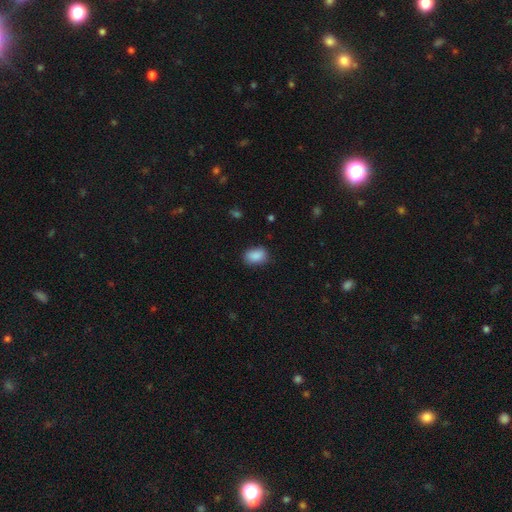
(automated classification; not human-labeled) This is clearly a smooth galaxy (89%). How rounded: clearly in between (83%). Merging: likely none (80%).